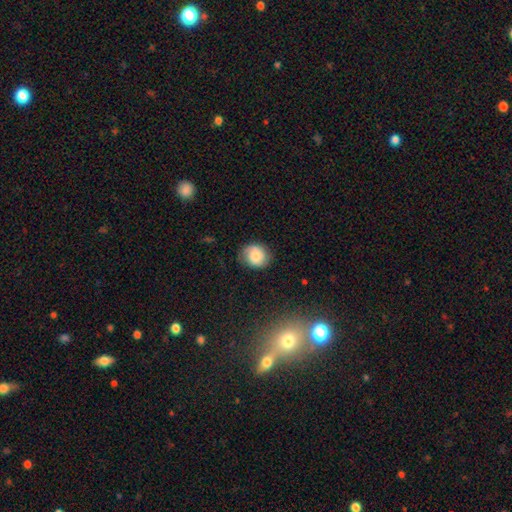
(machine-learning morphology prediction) This appears to be a smooth galaxy with no disk features (80%) that is round (76%). Merging: none (79%).